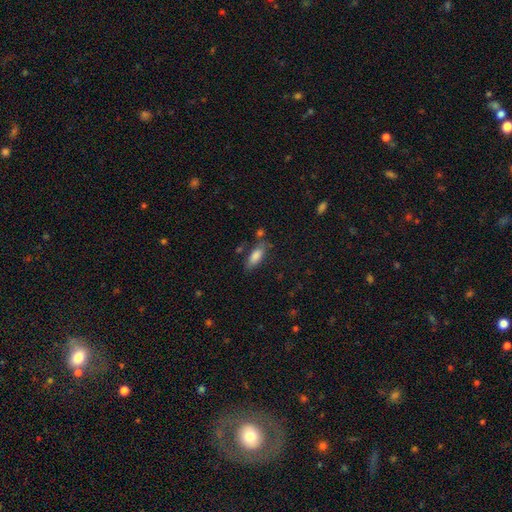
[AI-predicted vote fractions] A smooth galaxy with no disk features (83%) that is in between round and cigar-shaped (74%).

Vote fractions:
- Smooth or featured? smooth: 83% / featured or disk: 10% / star or artifact: 7%
- How rounded? in between: 74% / cigar-shaped: 23% / round: 2%
- Merging? none: 69% / minor disturbance: 18% / merger: 8% / major disturbance: 5%